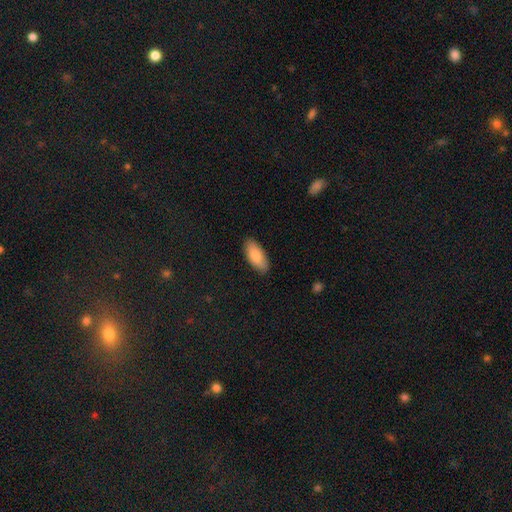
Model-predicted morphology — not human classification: type=smooth (85%); roundness=in between (88%); merging=none (87%).